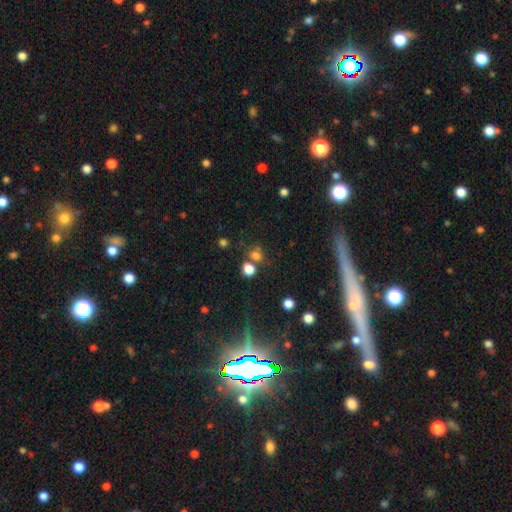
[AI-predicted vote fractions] smooth-or-featured: smooth: 72% | star or artifact: 20% | featured or disk: 7%
  how-rounded: round: 67% | in between: 31% | cigar-shaped: 1%
  merging: none: 58% | merger: 25% | minor disturbance: 11% | major disturbance: 6%